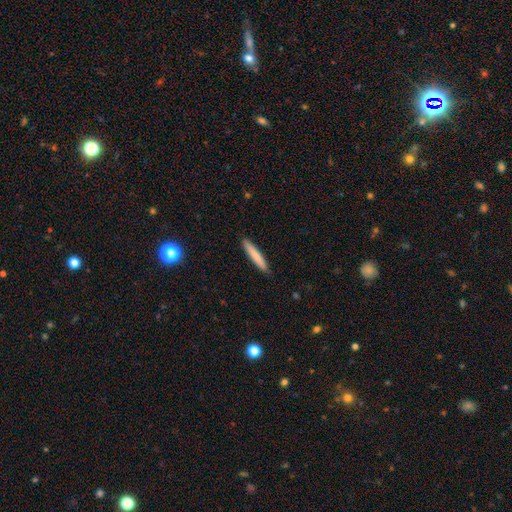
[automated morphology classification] A smooth galaxy with no disk features (79%) that is cigar-shaped (93%).

Vote fractions:
- Smooth or featured? smooth: 79% / featured or disk: 15% / star or artifact: 6%
- How rounded? cigar-shaped: 93% / in between: 6% / round: 1%
- Merging? none: 90% / minor disturbance: 8% / major disturbance: 1% / merger: 1%